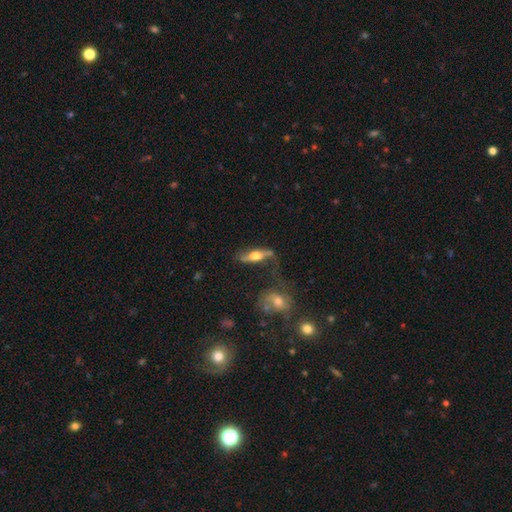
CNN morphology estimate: type=featured or disk (66%); edge-on=yes (61%); merging=none (51%).